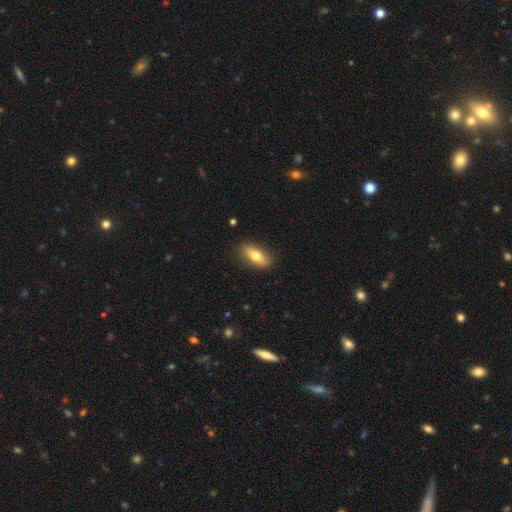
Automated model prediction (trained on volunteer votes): Morphology: type=smooth (70%); roundness=in between (73%); merging=none (85%).